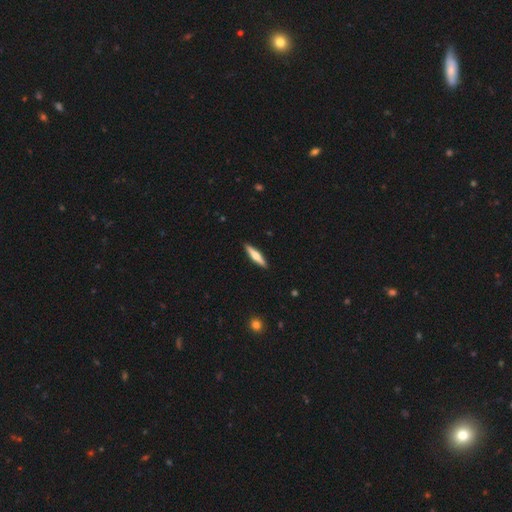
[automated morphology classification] Smooth or featured? Predicted: smooth (p=0.48). Merging? Predicted: none (p=0.92).